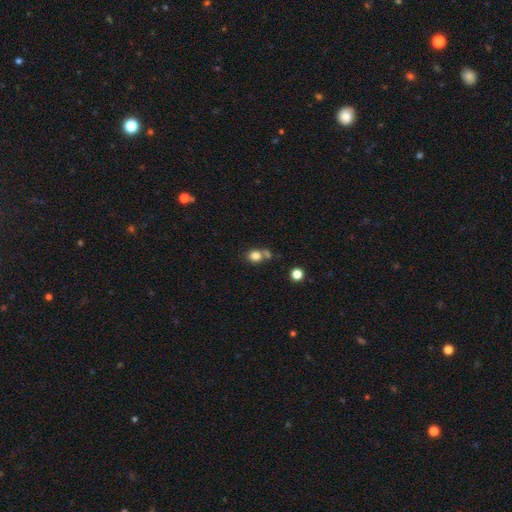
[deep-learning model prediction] This is clearly a smooth galaxy (80%). How rounded: likely round (71%). Merging: possibly none (53%).